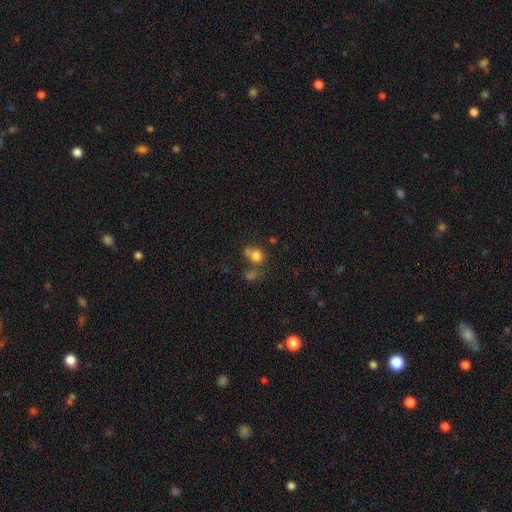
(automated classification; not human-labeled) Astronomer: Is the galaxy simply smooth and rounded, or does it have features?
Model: smooth — 77%.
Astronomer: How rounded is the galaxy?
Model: round — 60% (runner-up: in between, 39%).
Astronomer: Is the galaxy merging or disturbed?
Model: none — 42% (runner-up: merger, 28%).